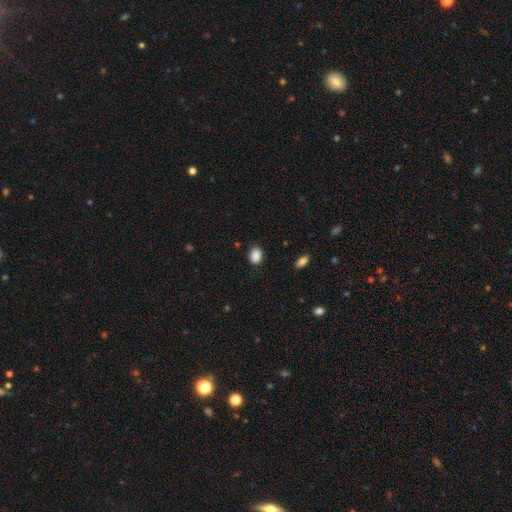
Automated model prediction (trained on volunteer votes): Overall: smooth (89%). How rounded: in between (68%; round 31%). Merging: none (84%).